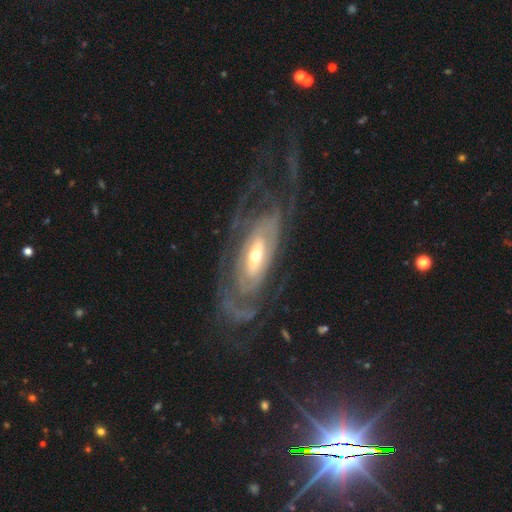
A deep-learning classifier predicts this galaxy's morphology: smooth-or-featured: featured or disk: 85% | smooth: 9% | star or artifact: 5%
  disk-edge-on: no: 90% | yes: 10%
    bar: no: 52% | weak: 28% | strong: 20%
    has-spiral-arms: yes: 86% | no: 14%
      spiral-winding: tight: 55% | medium: 30% | loose: 14%
      spiral-arm-count: can't tell: 38% | 2: 31% | 3: 11% | 1: 7% | 4: 7% | more than 4: 6%
    bulge-size: moderate: 50% | small: 42% | large: 5% | dominant: 1% | none: 1%
  merging: none: 58% | major disturbance: 24% | minor disturbance: 16% | merger: 2%